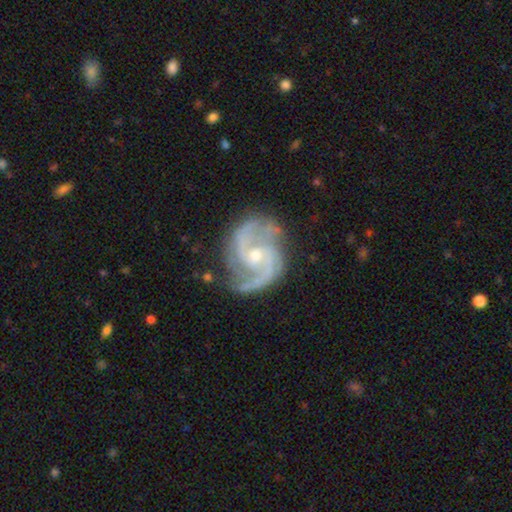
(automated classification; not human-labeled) This is clearly a featured or disk galaxy (93%). It is clearly not viewed edge-on (98%). Bar: possibly no (51%). Spiral arm pattern: clearly yes (98%). Spiral arm count: likely 2 (75%). Spiral winding: likely medium (61%). Central bulge: possibly moderate (52%). Merging: likely none (75%).